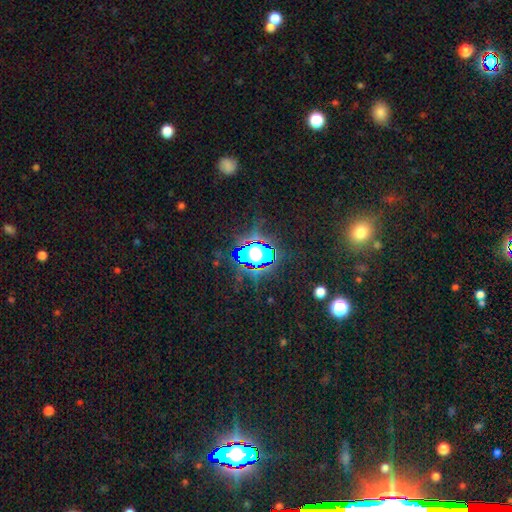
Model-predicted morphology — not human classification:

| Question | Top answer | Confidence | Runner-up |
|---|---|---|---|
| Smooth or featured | star or artifact | 65% | smooth (23%) |